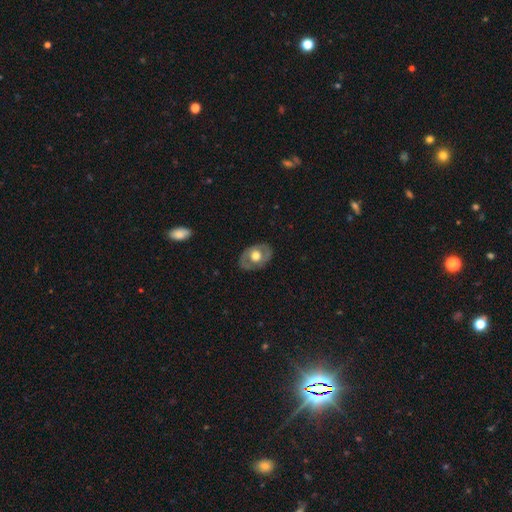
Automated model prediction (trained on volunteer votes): Smooth or featured: featured or disk — 54% (smooth — 40%)
Edge-on disk: no — 92% (yes — 8%)
Merging: none — 80% (minor disturbance — 14%)